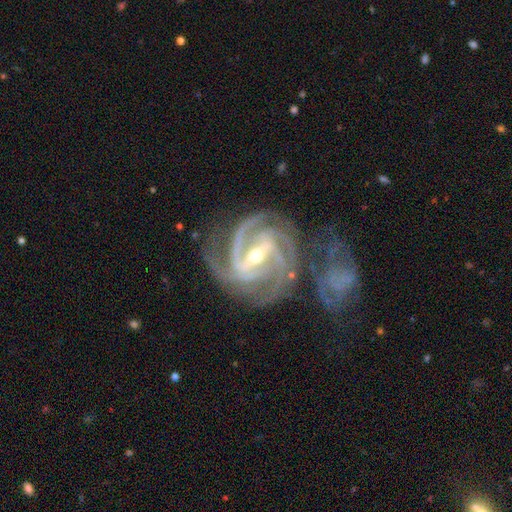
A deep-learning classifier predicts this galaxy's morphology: Q: Smooth or featured?
A: featured or disk (94%); runner-up: star or artifact (4%)
Q: Edge-on disk?
A: no (97%); runner-up: yes (3%)
Q: Bar?
A: strong (70%); runner-up: weak (23%)
Q: Spiral arms?
A: yes (99%); runner-up: no (1%)
Q: Spiral winding?
A: tight (59%); runner-up: medium (36%)
Q: Spiral arm count?
A: 3 (45%); runner-up: 4 (20%)
Q: Bulge size?
A: moderate (55%); runner-up: small (41%)
Q: Merging?
A: none (57%); runner-up: minor disturbance (18%)